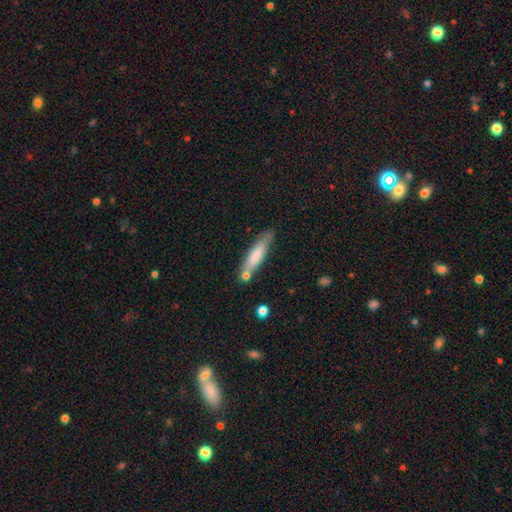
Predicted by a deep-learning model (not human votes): The model was most divided on "smooth or featured": smooth: 68%, featured or disk: 26%, star or artifact: 6%. More confident: how rounded — cigar-shaped (81%); merging — none (70%).